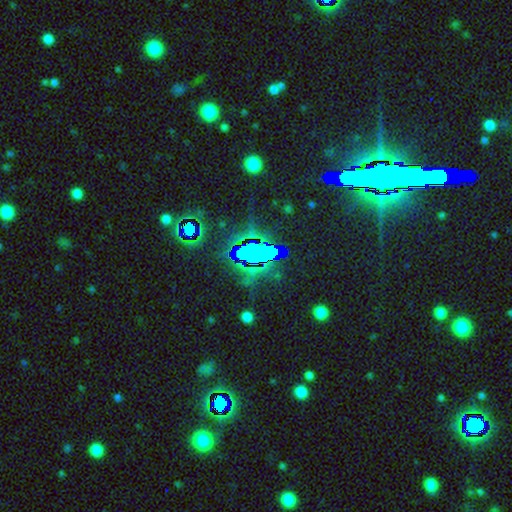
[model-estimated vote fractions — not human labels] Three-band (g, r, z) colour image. It shows a star or artifact, not a galaxy (73%).